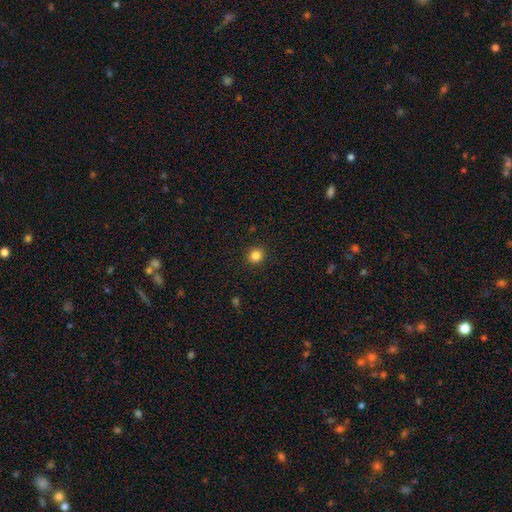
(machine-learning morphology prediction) A smooth galaxy with no disk features (84%) that is round (90%).

Vote fractions:
- Smooth or featured? smooth: 84% / star or artifact: 12% / featured or disk: 4%
- How rounded? round: 90% / in between: 9% / cigar-shaped: 1%
- Merging? none: 92% / minor disturbance: 6% / major disturbance: 2% / merger: 1%